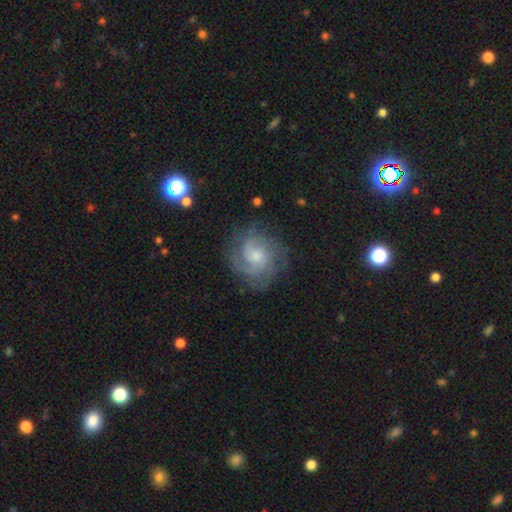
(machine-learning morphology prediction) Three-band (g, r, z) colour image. It shows a featured or disk galaxy (77%) with no bar (66%), tight (54%) spiral arms (94%) and a small central bulge (45%). Merging: none (75%).